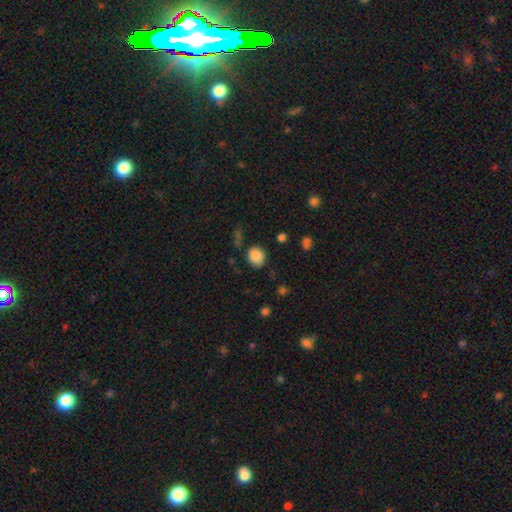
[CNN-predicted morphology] Overall: smooth (86%). How rounded: round (75%). Merging: none (74%).